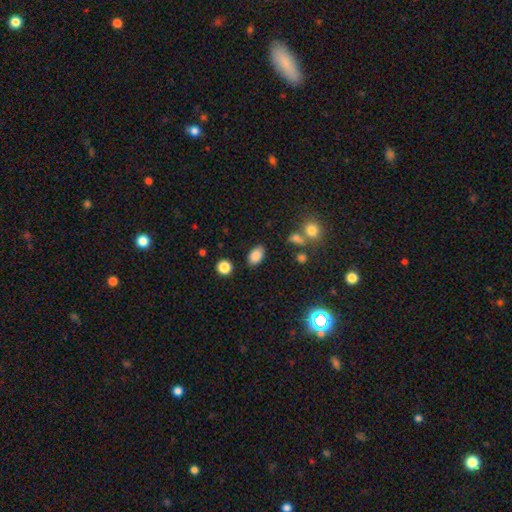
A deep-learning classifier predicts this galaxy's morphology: A smooth galaxy with no disk features (85%) that is in between round and cigar-shaped (89%). Merging: none (83%).